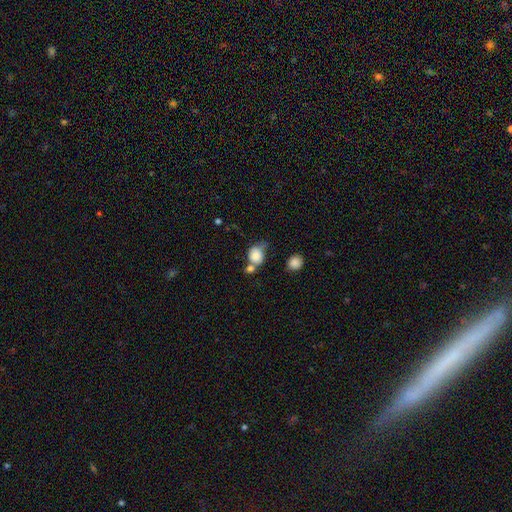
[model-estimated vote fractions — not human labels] This is clearly a smooth galaxy (81%). How rounded: likely round (61%). Merging: marginally none (34%).